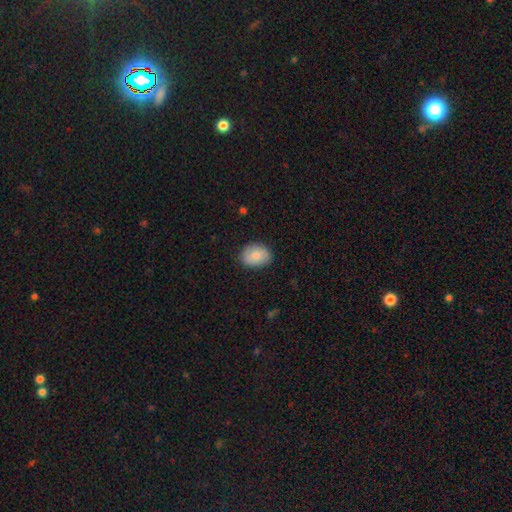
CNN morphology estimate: type=smooth (80%); roundness=in between (60%); merging=none (85%).